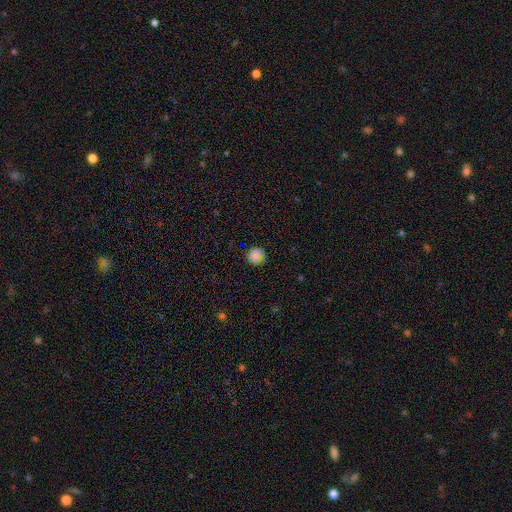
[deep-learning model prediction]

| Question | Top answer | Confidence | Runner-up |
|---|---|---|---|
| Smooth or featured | smooth | 77% | star or artifact (12%) |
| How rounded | round | 91% | in between (8%) |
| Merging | none | 75% | minor disturbance (18%) |